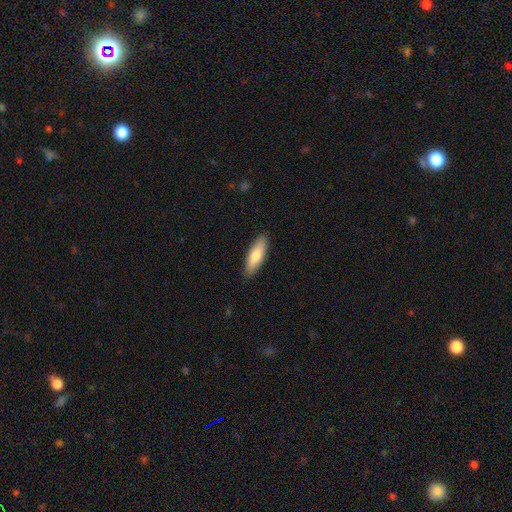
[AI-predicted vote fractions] This appears to be a smooth galaxy with no disk features (76%) that is in between round and cigar-shaped (55%). Merging: none (88%).